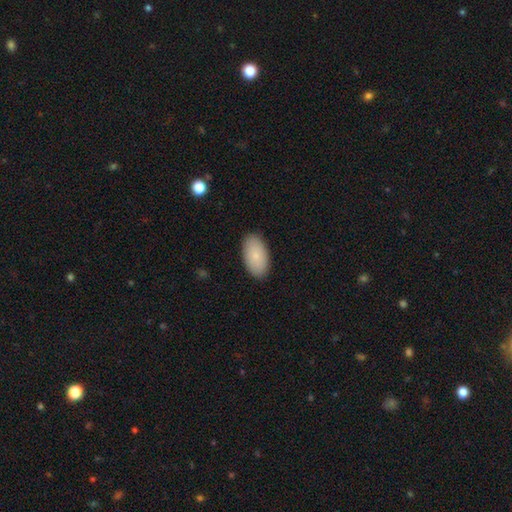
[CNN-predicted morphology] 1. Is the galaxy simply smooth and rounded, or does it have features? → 85% smooth, 9% featured or disk, 6% star or artifact.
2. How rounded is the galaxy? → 95% in between, 3% round, 2% cigar-shaped.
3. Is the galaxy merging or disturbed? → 89% none, 8% minor disturbance, 2% major disturbance, 1% merger.